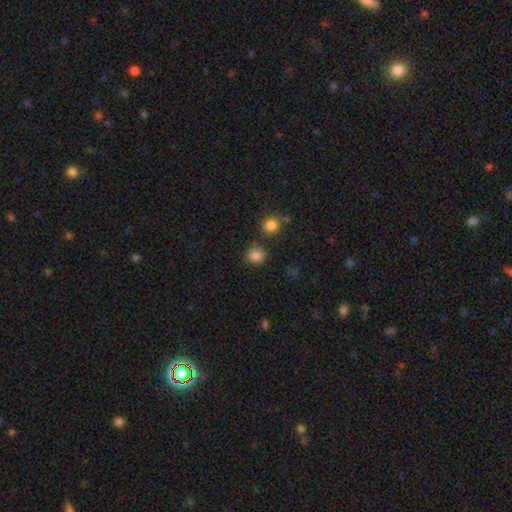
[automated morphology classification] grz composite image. It shows a smooth galaxy with no disk features (84%) that is round (87%). Merging: none (78%).